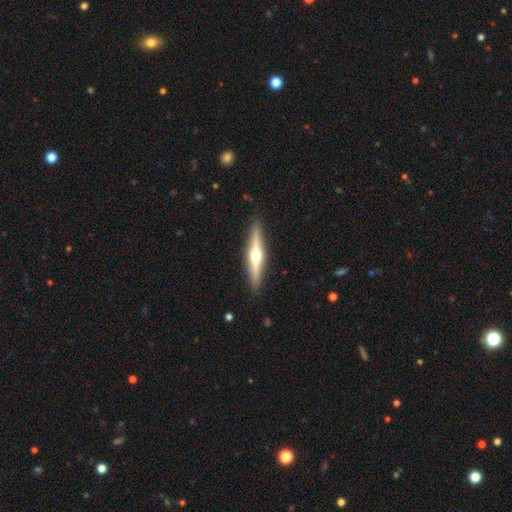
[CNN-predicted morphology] Overall: featured or disk (67%; smooth 28%). Edge-on disk: yes (97%). Edge-on bulge: rounded (94%). Merging: none (90%).